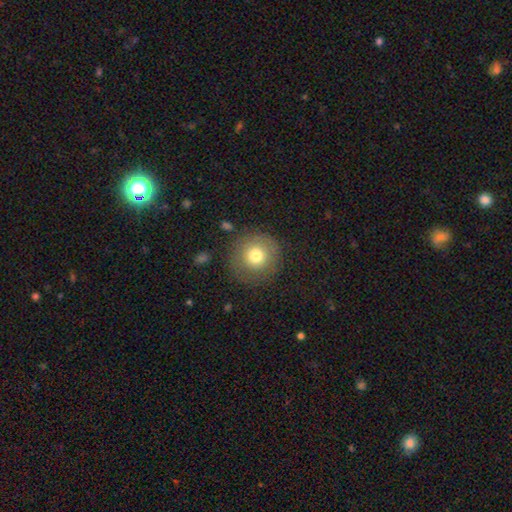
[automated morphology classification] Smooth or featured? smooth (73%)
How rounded? round (95%)
Merging? none (82%)